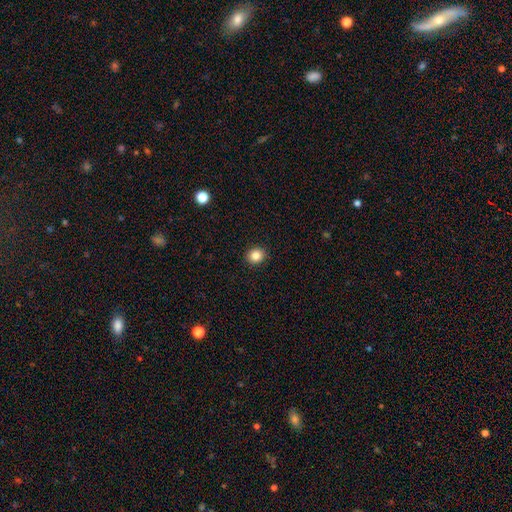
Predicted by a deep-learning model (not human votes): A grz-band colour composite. It shows a smooth galaxy with no disk features (84%) that is round (80%). Merging: none (92%).